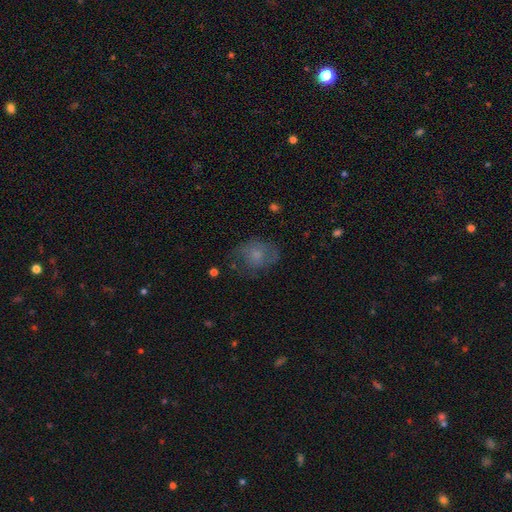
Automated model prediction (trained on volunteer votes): Overall: smooth (57%; featured or disk 32%). How rounded: in between (58%; round 41%). Merging: none (56%; minor disturbance 24%).